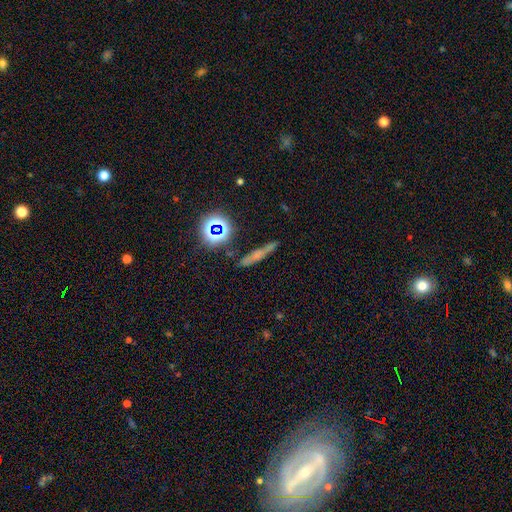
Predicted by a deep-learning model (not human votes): smooth-or-featured: smooth: 48% | featured or disk: 27% | star or artifact: 25%
  merging: none: 76% | minor disturbance: 15% | major disturbance: 5% | merger: 4%